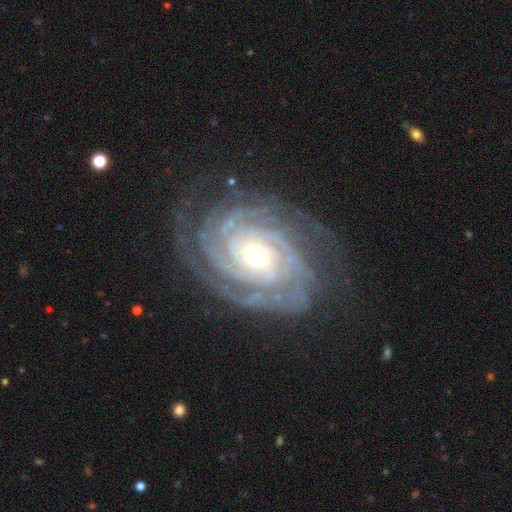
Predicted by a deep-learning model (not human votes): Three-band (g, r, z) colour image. It shows a featured or disk galaxy (92%) with no bar (69%), 4 (23%) tight (82%) spiral arms (98%) and a small central bulge (53%). Merging: none (75%).